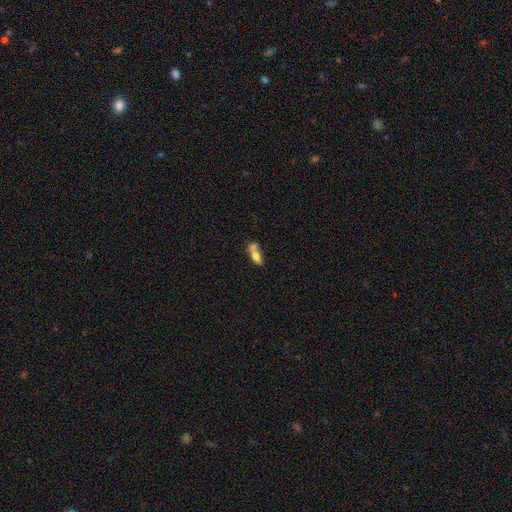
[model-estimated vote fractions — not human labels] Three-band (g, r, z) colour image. It shows a smooth galaxy with no disk features (67%) that is in between round and cigar-shaped (74%). Merging: merger (55%).